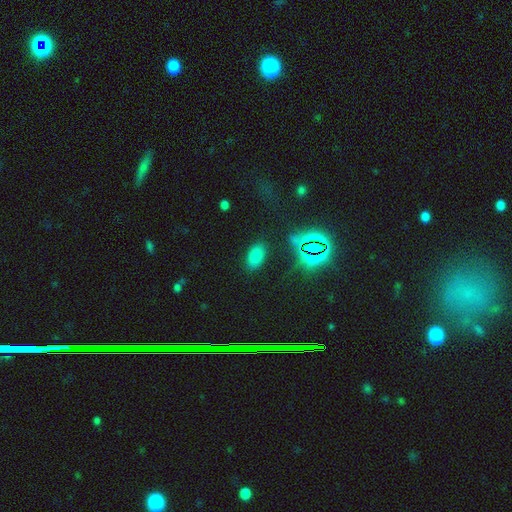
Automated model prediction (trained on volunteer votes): Smooth or featured? Predicted: smooth (p=0.73). How rounded? Predicted: in between (p=0.92). Merging? Predicted: none (p=0.83).